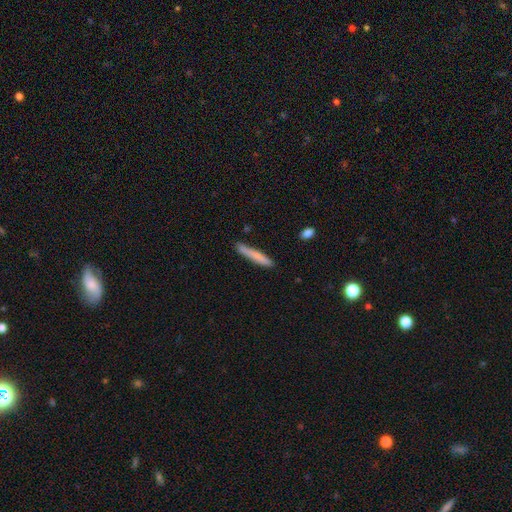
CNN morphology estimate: Q: Smooth or featured?
A: smooth (76%); runner-up: featured or disk (18%)
Q: How rounded?
A: cigar-shaped (95%); runner-up: in between (4%)
Q: Merging?
A: none (85%); runner-up: minor disturbance (11%)